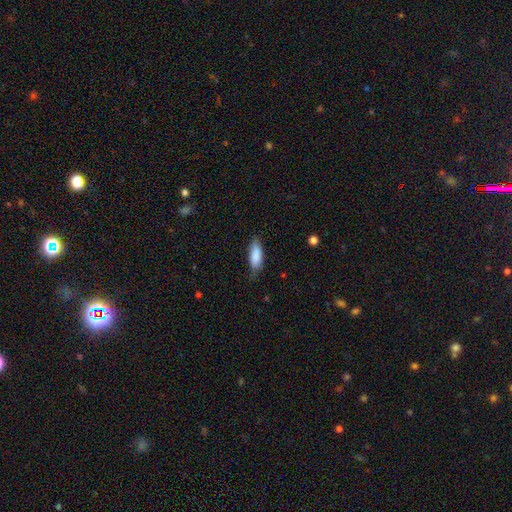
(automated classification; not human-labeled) The model was most divided on "how rounded": in between: 72%, cigar-shaped: 26%, round: 2%. More confident: smooth or featured — smooth (85%); merging — none (70%).